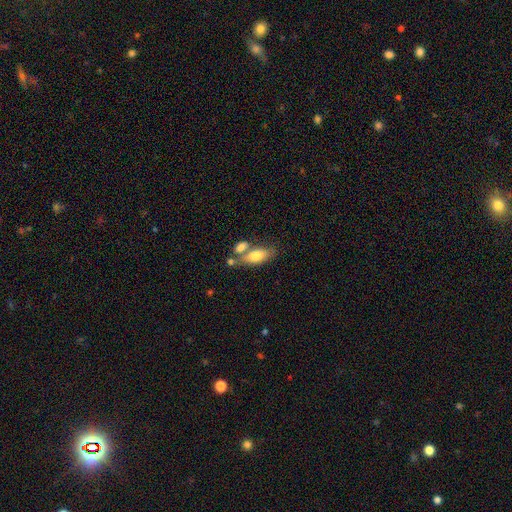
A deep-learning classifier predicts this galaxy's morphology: This is likely a smooth galaxy (73%). How rounded: clearly in between (81%). Merging: marginally none (42%).